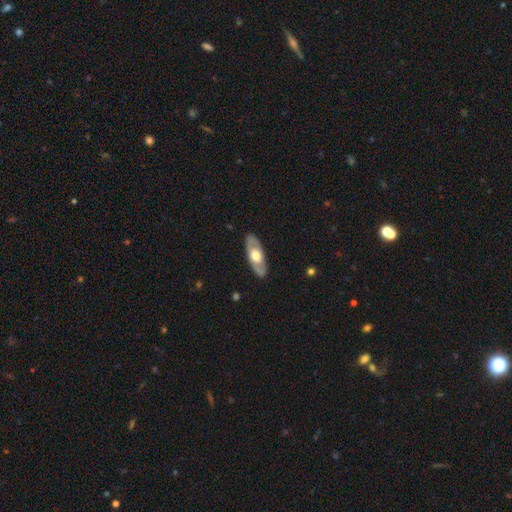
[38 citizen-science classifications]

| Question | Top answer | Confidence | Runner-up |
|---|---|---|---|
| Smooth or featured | smooth | 50% | featured or disk (47%) |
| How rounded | cigar-shaped | 53% | in between (42%) |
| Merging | none | 81% | minor disturbance (19%) |